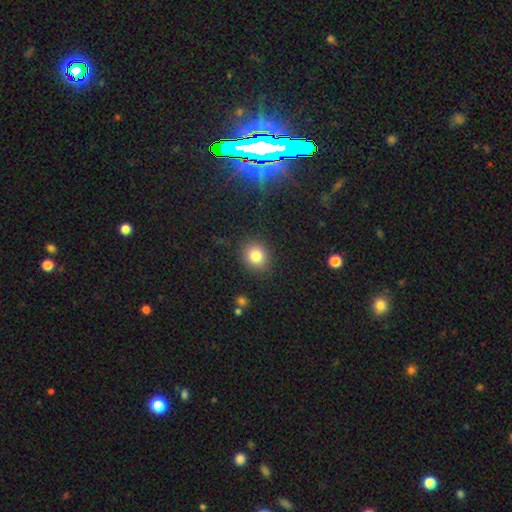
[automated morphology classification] smooth-or-featured: smooth: 81% | star or artifact: 11% | featured or disk: 7%
  how-rounded: round: 75% | in between: 24% | cigar-shaped: 1%
  merging: none: 87% | minor disturbance: 8% | major disturbance: 3% | merger: 2%